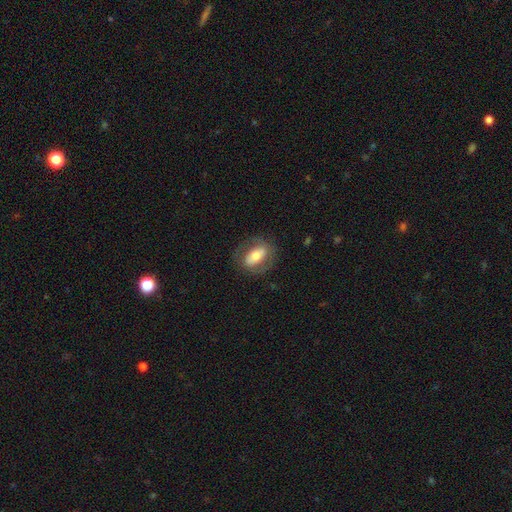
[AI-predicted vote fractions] Overall: smooth (49%; featured or disk 44%). Merging: none (76%).